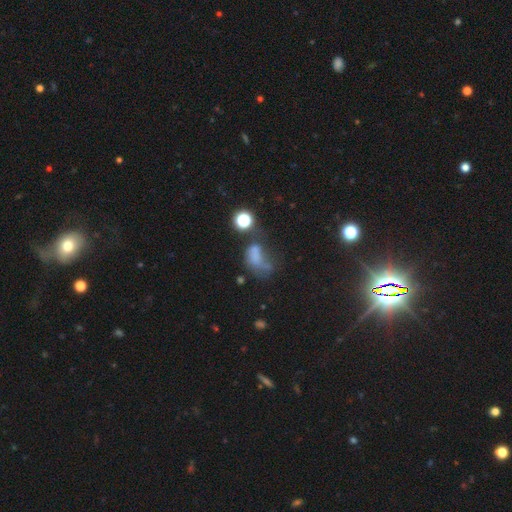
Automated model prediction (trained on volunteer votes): smooth_or_featured: smooth (p=0.51) [alt: featured or disk p=0.27]
how_rounded: in between (p=0.75) [alt: round p=0.22]
merging: major disturbance (p=0.44) [alt: none p=0.21]